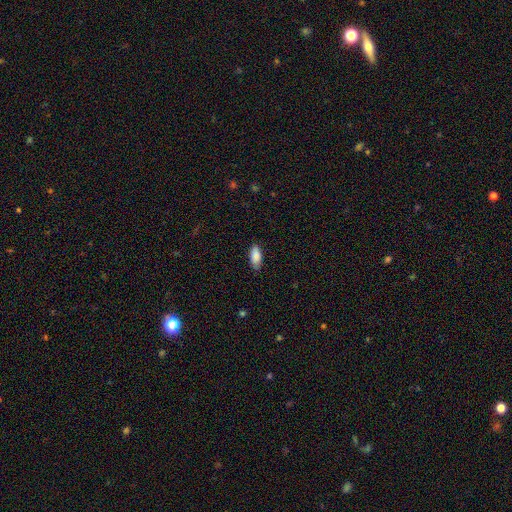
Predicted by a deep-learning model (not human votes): A smooth galaxy with no disk features (88%) that is in between round and cigar-shaped (87%). Merging: none (82%).